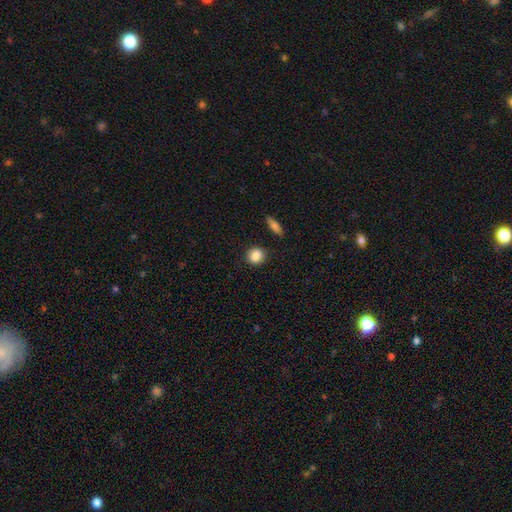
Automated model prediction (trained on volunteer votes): A smooth galaxy with no disk features (87%) that is round (71%).

Vote fractions:
- Smooth or featured? smooth: 87% / star or artifact: 8% / featured or disk: 5%
- How rounded? round: 71% / in between: 28% / cigar-shaped: 2%
- Merging? none: 84% / minor disturbance: 11% / major disturbance: 3% / merger: 3%